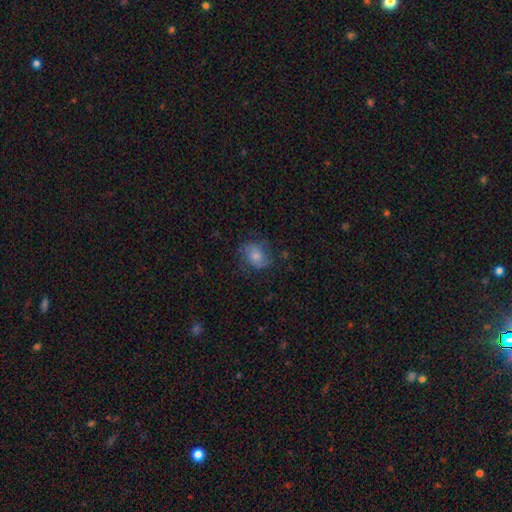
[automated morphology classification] Smooth or featured? smooth (61%)
How rounded? in between (51%)
Merging? none (61%)